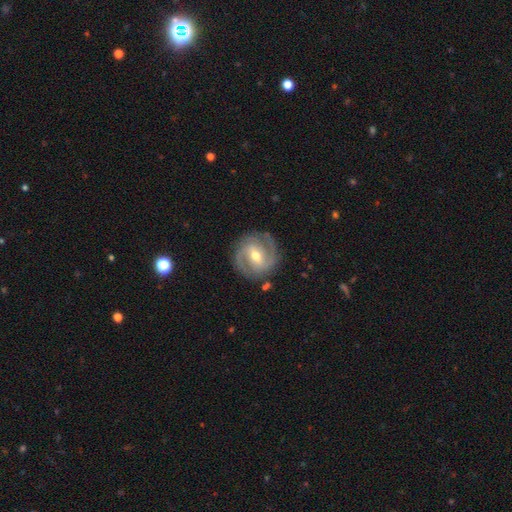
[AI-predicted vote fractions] Morphology: type=featured or disk (87%); edge-on=no (97%); bar=weak (47%); spiral arms=yes (95%); winding=tight (52%); arm count=2 (74%); bulge=moderate (67%); merging=none (84%).